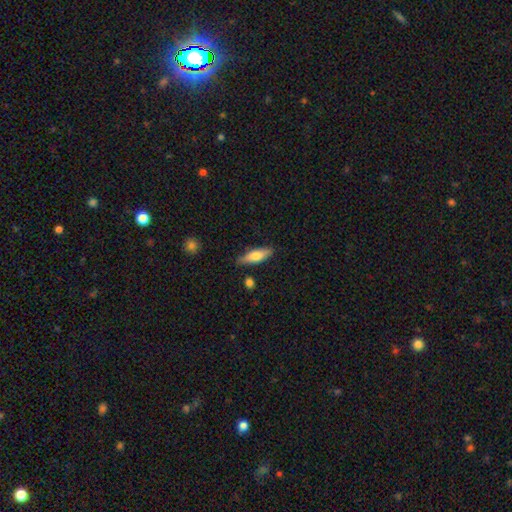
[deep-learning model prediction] Smooth or featured: smooth — 71% (featured or disk — 23%)
How rounded: in between — 50% (cigar-shaped — 48%)
Merging: none — 80% (minor disturbance — 15%)